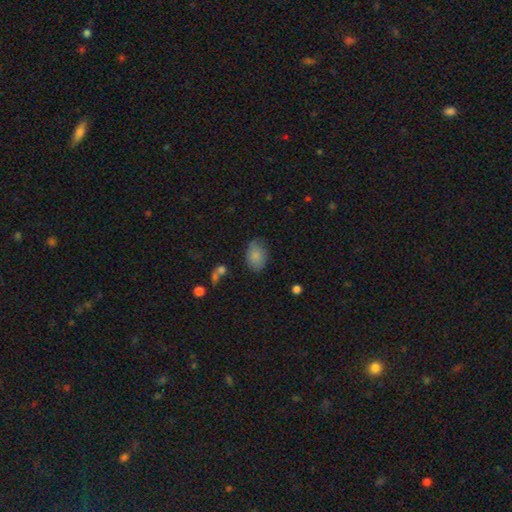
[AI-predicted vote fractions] Smooth or featured? Predicted: smooth (p=0.81). How rounded? Predicted: in between (p=0.80). Merging? Predicted: none (p=0.69).